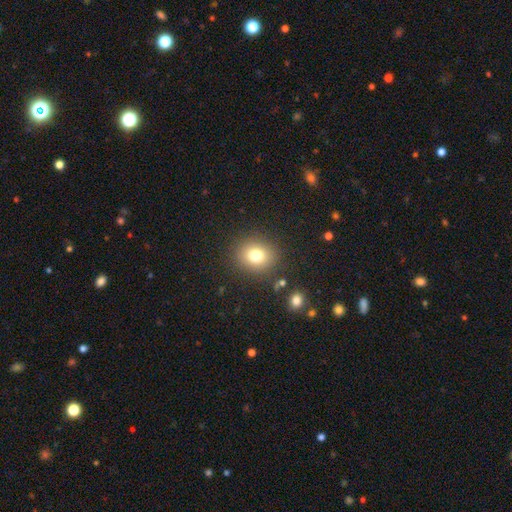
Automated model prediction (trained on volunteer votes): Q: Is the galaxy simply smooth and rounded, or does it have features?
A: smooth — 78%.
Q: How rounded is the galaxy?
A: round — 74%.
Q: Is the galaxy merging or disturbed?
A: none — 87%.